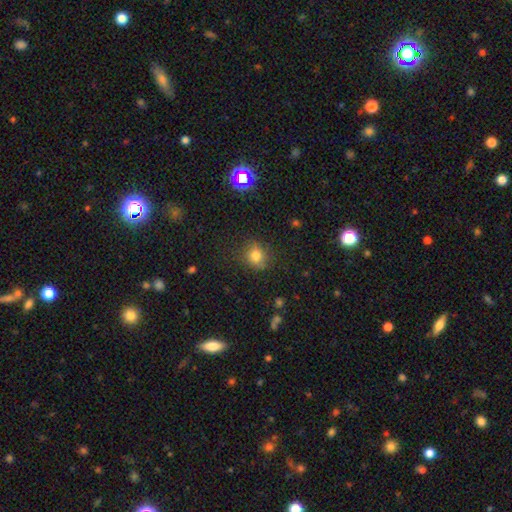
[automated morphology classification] Overall: smooth (75%). How rounded: round (70%). Merging: none (77%).